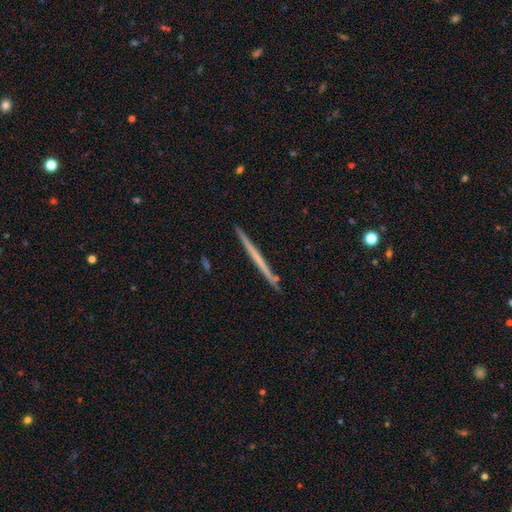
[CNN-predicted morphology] Smooth or featured? Predicted: featured or disk (p=0.52). Edge-on disk? Predicted: yes (p=0.98). Edge-on bulge? Predicted: none (p=0.92). Merging? Predicted: none (p=0.92).